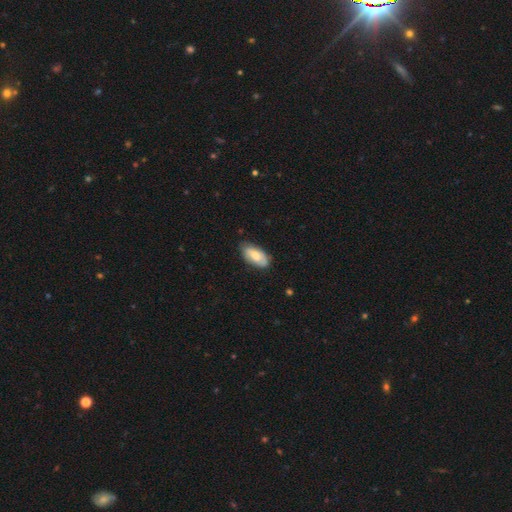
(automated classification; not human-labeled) Smooth or featured: smooth — 67% (featured or disk — 27%)
How rounded: in between — 92% (cigar-shaped — 6%)
Merging: none — 75% (minor disturbance — 20%)